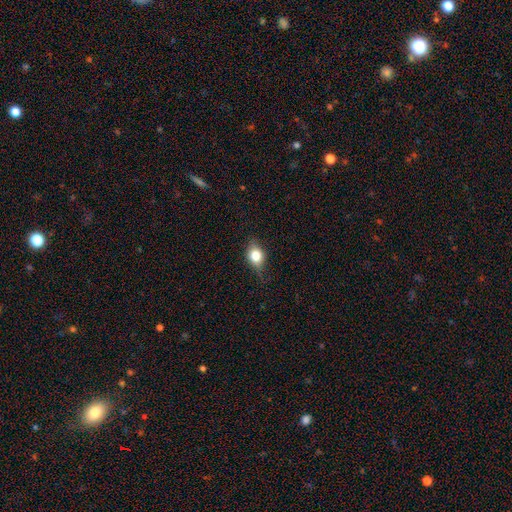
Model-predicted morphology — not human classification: A smooth galaxy with no disk features (70%) that is in between round and cigar-shaped (59%). Merging: none (68%).